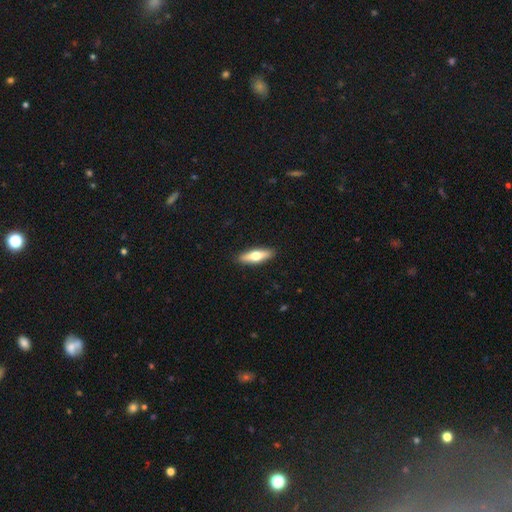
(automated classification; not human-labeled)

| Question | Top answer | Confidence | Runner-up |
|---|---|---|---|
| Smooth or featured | smooth | 53% | featured or disk (41%) |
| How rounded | cigar-shaped | 58% | in between (40%) |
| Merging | none | 91% | minor disturbance (7%) |